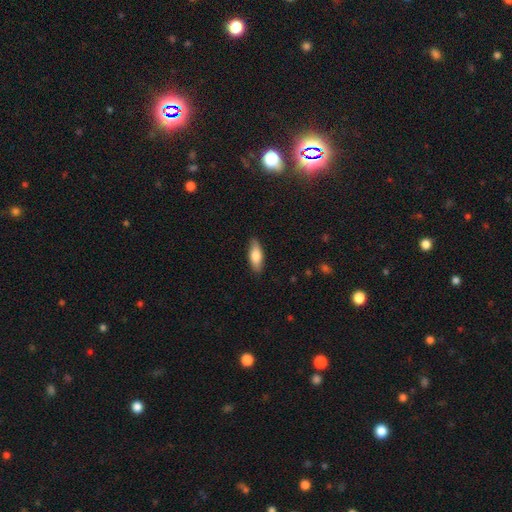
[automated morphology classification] Smooth or featured? smooth (78%)
How rounded? in between (73%)
Merging? none (86%)